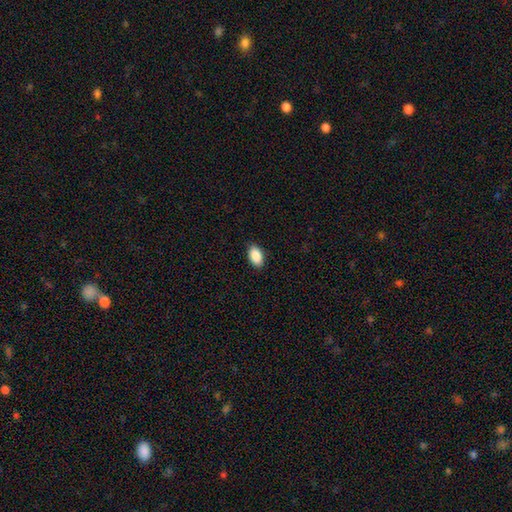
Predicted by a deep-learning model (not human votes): Overall: smooth (90%). How rounded: in between (94%). Merging: none (89%).